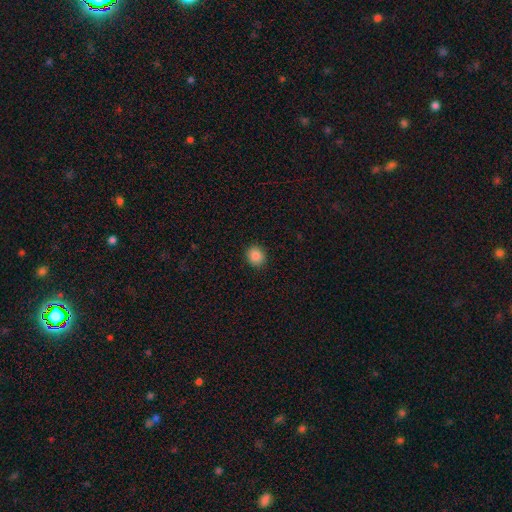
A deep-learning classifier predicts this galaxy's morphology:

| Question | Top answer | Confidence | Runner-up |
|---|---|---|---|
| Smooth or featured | smooth | 87% | star or artifact (10%) |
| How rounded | round | 78% | in between (21%) |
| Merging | none | 91% | minor disturbance (6%) |